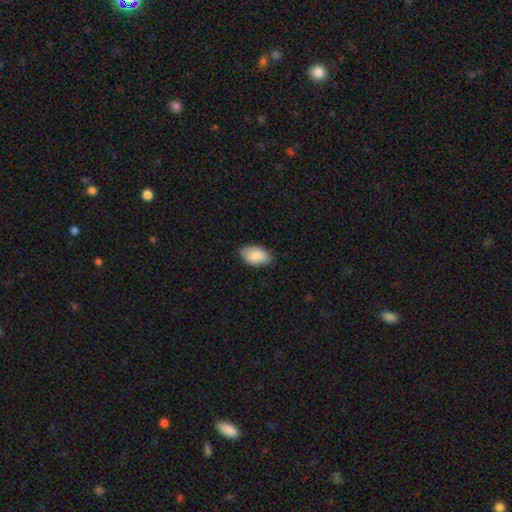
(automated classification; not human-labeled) Morphology: type=smooth (87%); roundness=in between (94%); merging=none (82%).